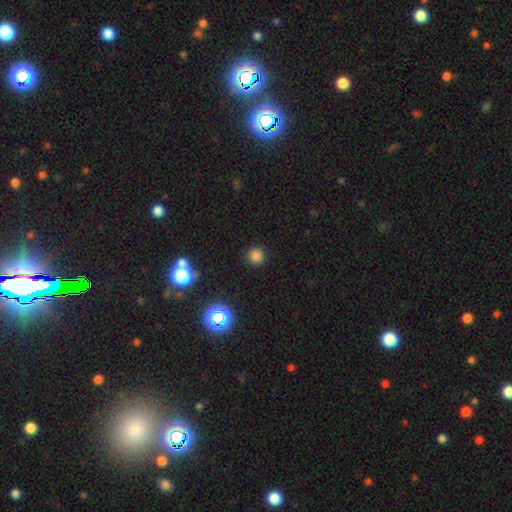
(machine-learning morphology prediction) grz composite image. It shows a smooth galaxy with no disk features (77%) that is round (94%). Merging: none (91%).